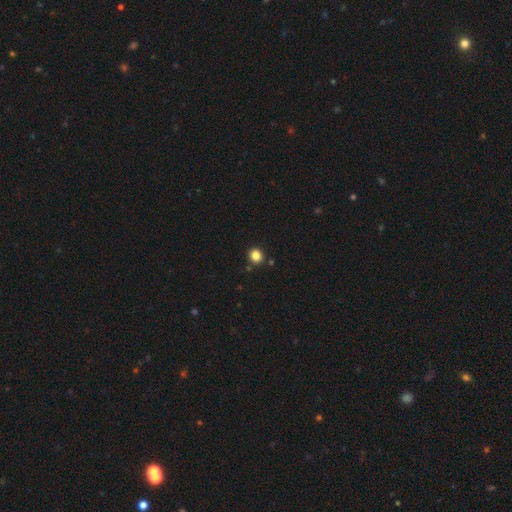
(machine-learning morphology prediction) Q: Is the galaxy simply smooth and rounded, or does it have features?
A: smooth — 84%.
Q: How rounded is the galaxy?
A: round — 82%.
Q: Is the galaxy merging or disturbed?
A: none — 87%.